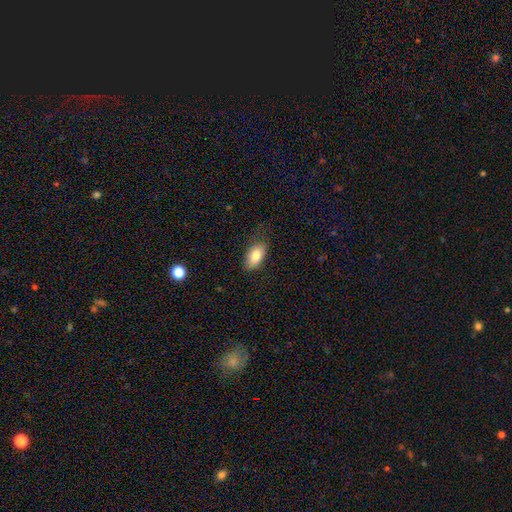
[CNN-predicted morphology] Q: Smooth or featured?
A: smooth (83%); runner-up: featured or disk (10%)
Q: How rounded?
A: in between (92%); runner-up: round (4%)
Q: Merging?
A: none (72%); runner-up: minor disturbance (21%)